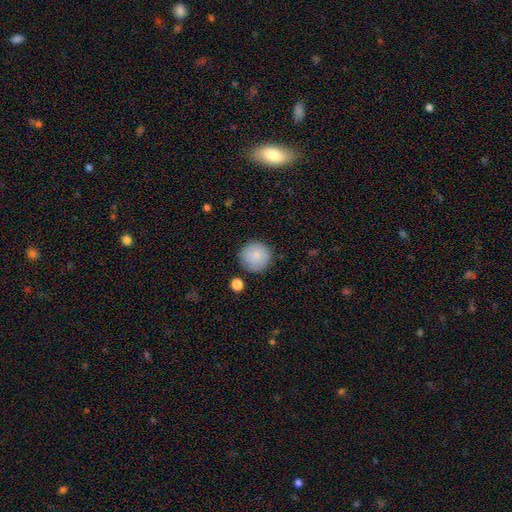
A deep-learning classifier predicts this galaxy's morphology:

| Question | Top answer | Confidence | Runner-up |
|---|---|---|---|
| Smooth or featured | smooth | 84% | featured or disk (9%) |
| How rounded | round | 95% | in between (4%) |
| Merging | none | 85% | minor disturbance (10%) |